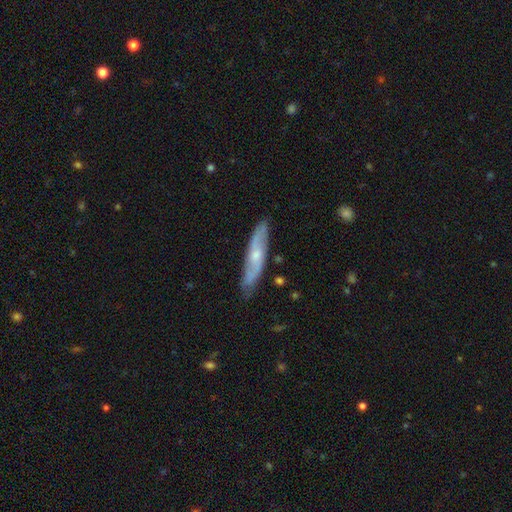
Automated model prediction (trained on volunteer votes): Smooth or featured?
  - featured or disk: 63% *
  - smooth: 31%
  - star or artifact: 6%
Edge-on disk?
  - no: 56% *
  - yes: 44%
Merging?
  - none: 80% *
  - minor disturbance: 15%
  - major disturbance: 3%
  - merger: 2%